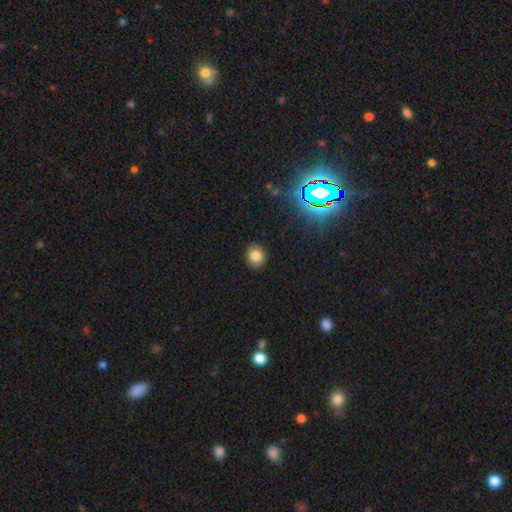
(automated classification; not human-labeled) smooth_or_featured: smooth (p=0.82) [alt: star or artifact p=0.12]
how_rounded: round (p=0.85) [alt: in between p=0.14]
merging: none (p=0.91) [alt: minor disturbance p=0.06]